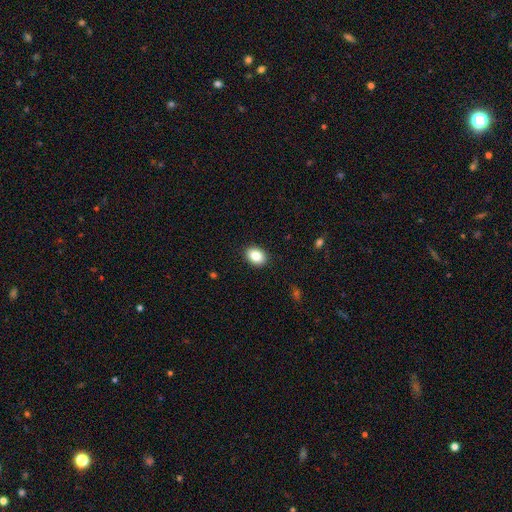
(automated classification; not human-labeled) smooth_or_featured: smooth (p=0.85) [alt: star or artifact p=0.08]
how_rounded: in between (p=0.75) [alt: round p=0.24]
merging: none (p=0.90) [alt: minor disturbance p=0.07]